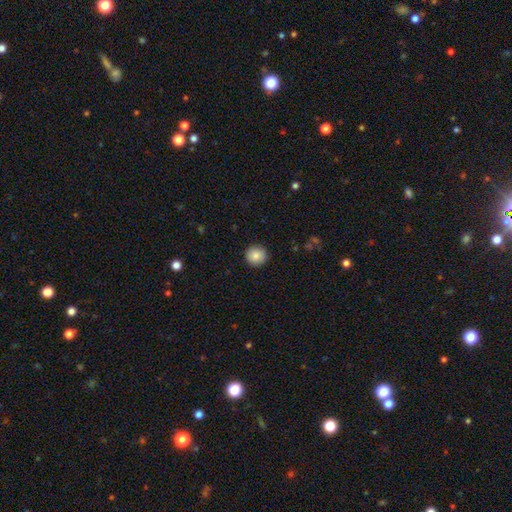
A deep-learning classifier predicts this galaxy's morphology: Smooth or featured? smooth (86%)
How rounded? round (94%)
Merging? none (91%)